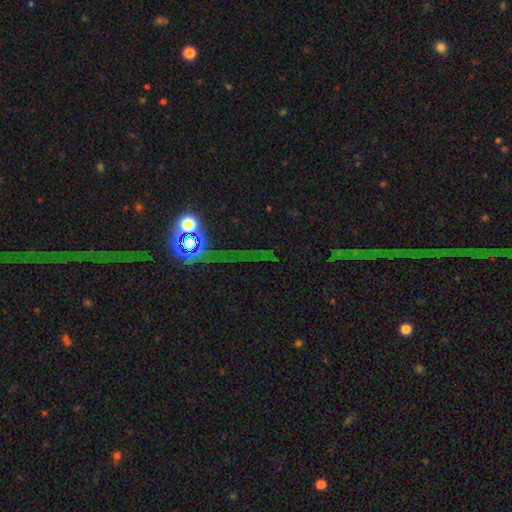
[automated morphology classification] Smooth or featured?
  - star or artifact: 66% *
  - featured or disk: 18%
  - smooth: 17%